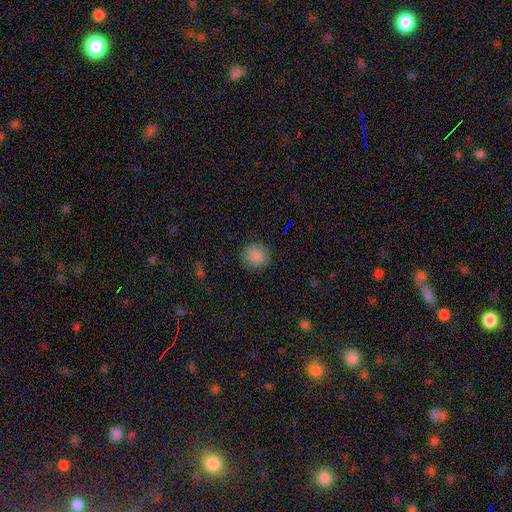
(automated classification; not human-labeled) Smooth or featured? Predicted: smooth (p=0.86). How rounded? Predicted: round (p=0.88). Merging? Predicted: none (p=0.88).